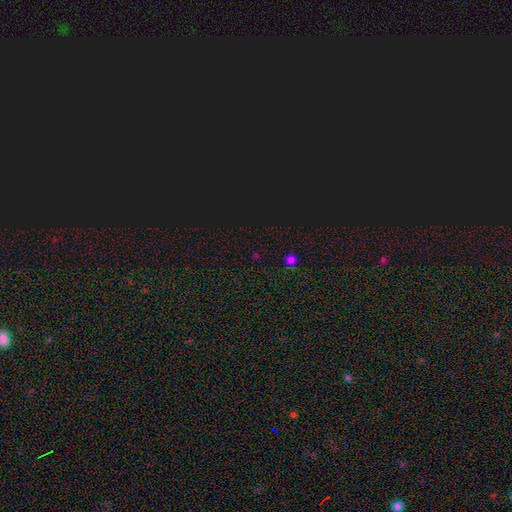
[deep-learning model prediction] A star or artifact, not a galaxy (61%).

Vote fractions:
- Smooth or featured? star or artifact: 61% / smooth: 33% / featured or disk: 6%